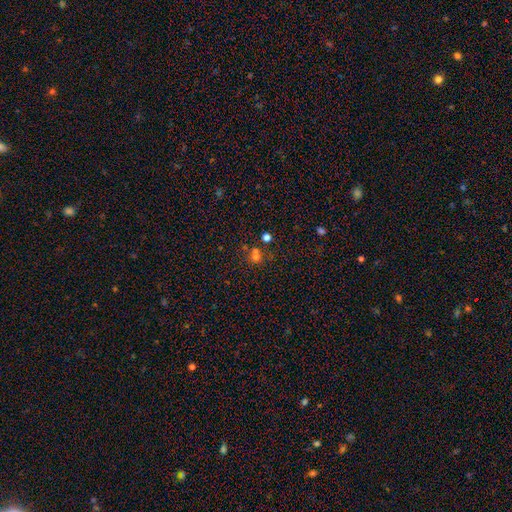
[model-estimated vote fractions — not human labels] A smooth galaxy with no disk features (61%) that is round (83%).

Vote fractions:
- Smooth or featured? smooth: 61% / star or artifact: 26% / featured or disk: 13%
- How rounded? round: 83% / in between: 16% / cigar-shaped: 1%
- Merging? none: 49% / merger: 39% / minor disturbance: 8% / major disturbance: 4%